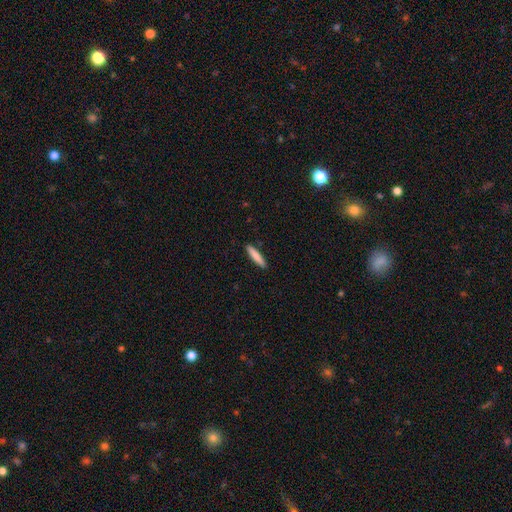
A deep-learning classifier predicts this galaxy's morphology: Smooth or featured? smooth (83%)
How rounded? cigar-shaped (88%)
Merging? none (90%)